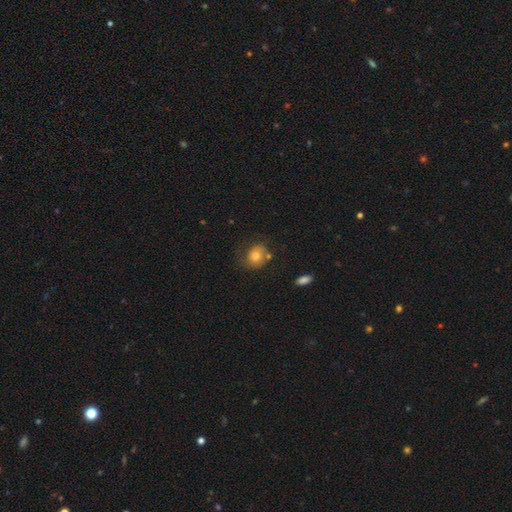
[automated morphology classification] Overall: smooth (68%). How rounded: round (64%; in between 35%). Merging: none (59%; minor disturbance 24%).